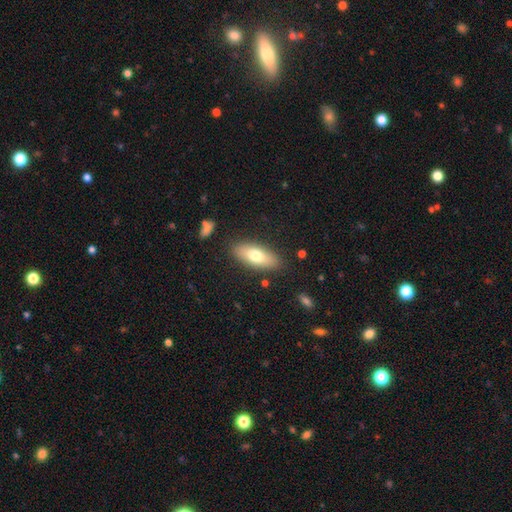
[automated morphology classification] smooth-or-featured: smooth: 72% | featured or disk: 22% | star or artifact: 6%
  how-rounded: in between: 77% | cigar-shaped: 20% | round: 3%
  merging: none: 85% | minor disturbance: 11% | major disturbance: 3% | merger: 2%